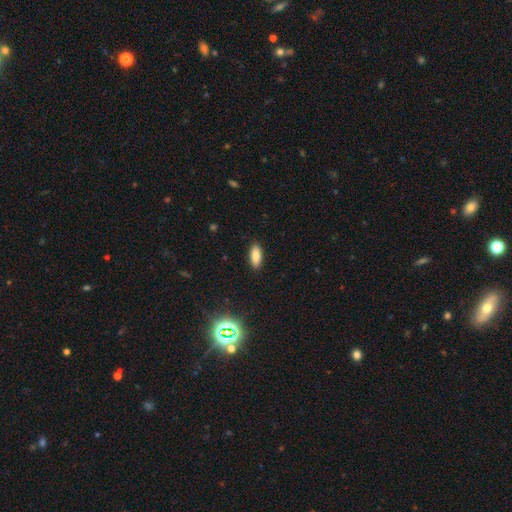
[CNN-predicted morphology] This appears to be a smooth galaxy with no disk features (84%) that is in between round and cigar-shaped (80%). Merging: none (89%).